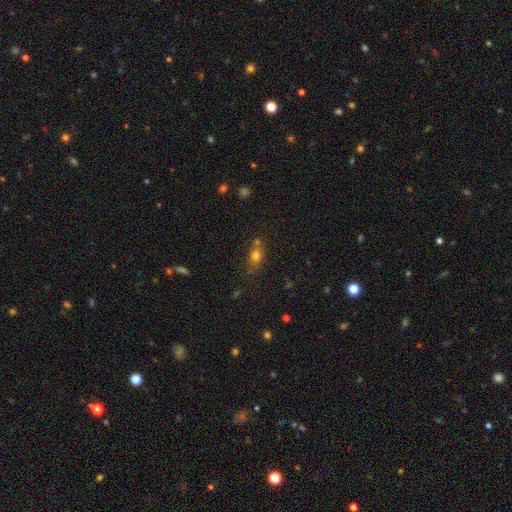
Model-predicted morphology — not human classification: Q: Smooth or featured?
A: smooth (74%); runner-up: star or artifact (14%)
Q: How rounded?
A: in between (57%); runner-up: round (37%)
Q: Merging?
A: none (57%); runner-up: minor disturbance (19%)